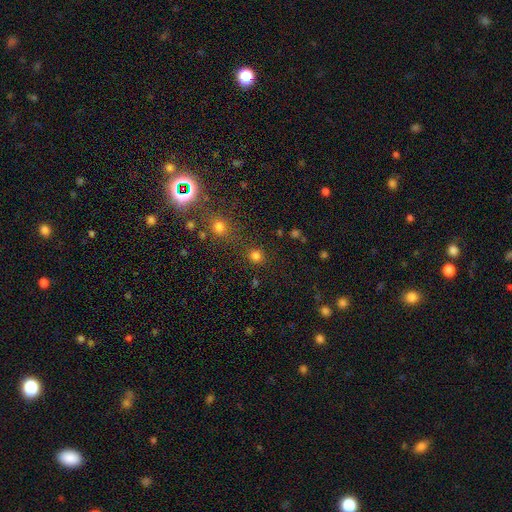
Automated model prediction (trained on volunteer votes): This appears to be a smooth galaxy with no disk features (78%) that is round (92%). Merging: none (83%).